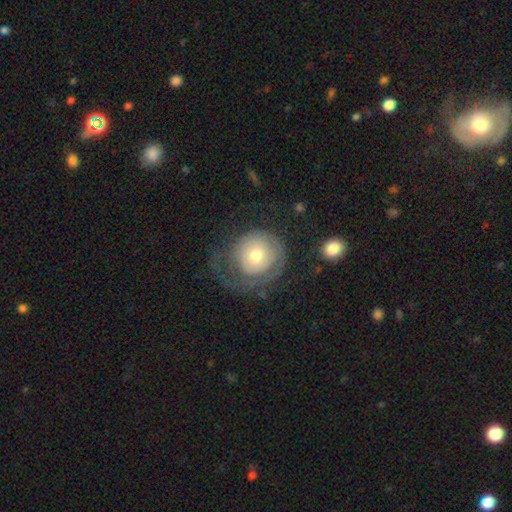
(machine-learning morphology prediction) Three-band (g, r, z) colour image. It shows a smooth galaxy with no disk features (47%). Merging: none (45%).